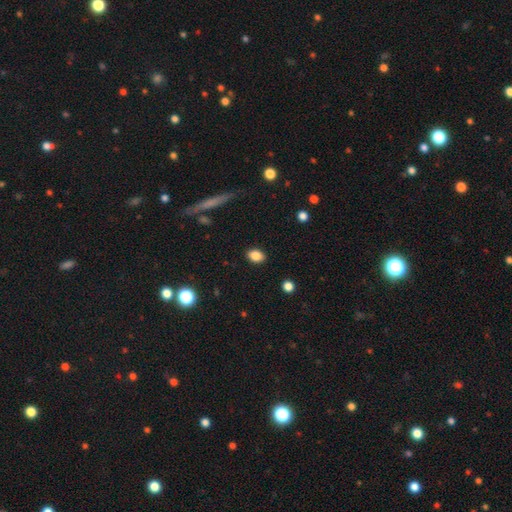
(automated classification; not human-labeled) smooth 86%, star or artifact 9%, featured or disk 5%. Down the decision tree: how rounded — in between (78%); merging — none (88%).